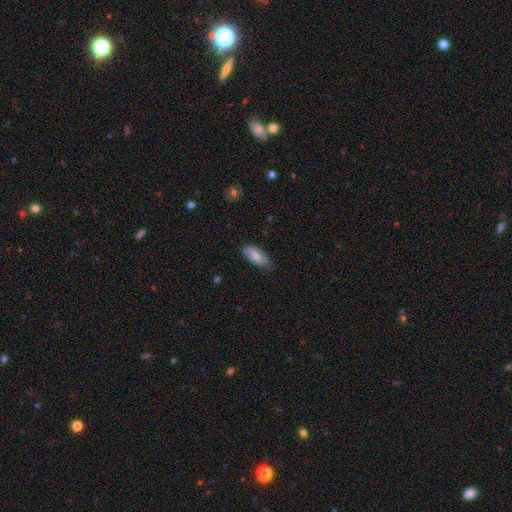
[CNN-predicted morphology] type=smooth (69%); roundness=in between (88%); merging=none (77%).